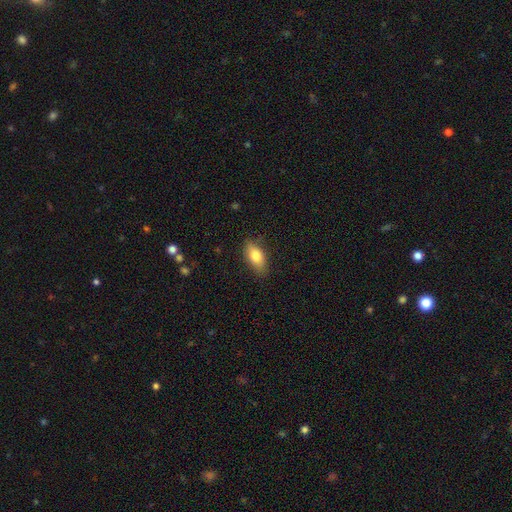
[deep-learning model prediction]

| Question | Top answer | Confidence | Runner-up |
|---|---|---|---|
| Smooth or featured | smooth | 79% | featured or disk (14%) |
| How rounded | in between | 86% | cigar-shaped (10%) |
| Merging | none | 81% | minor disturbance (15%) |